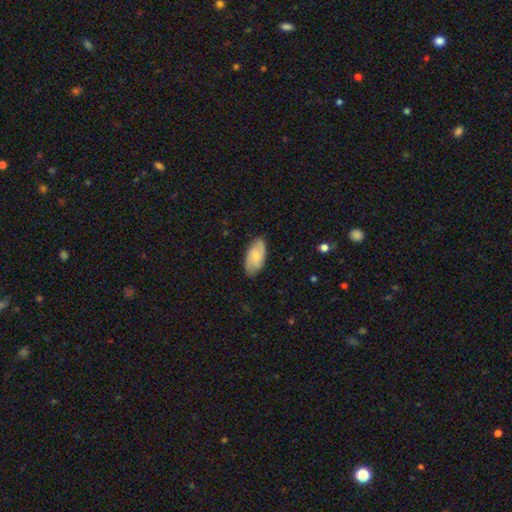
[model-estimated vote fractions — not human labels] Smooth or featured? Predicted: smooth (p=0.57). How rounded? Predicted: in between (p=0.93). Merging? Predicted: none (p=0.80).